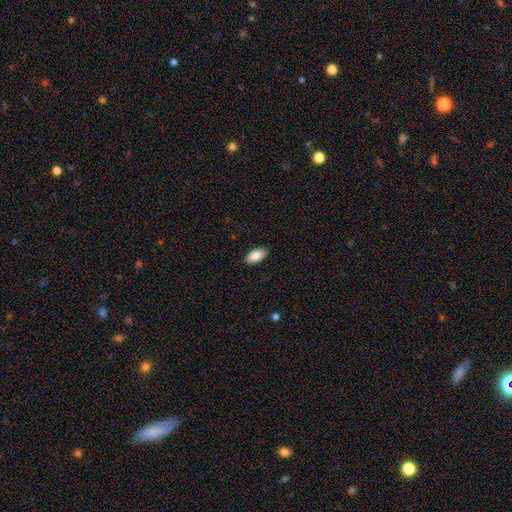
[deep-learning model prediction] Smooth or featured: smooth — 87% (featured or disk — 7%)
How rounded: in between — 93% (cigar-shaped — 5%)
Merging: none — 89% (minor disturbance — 9%)